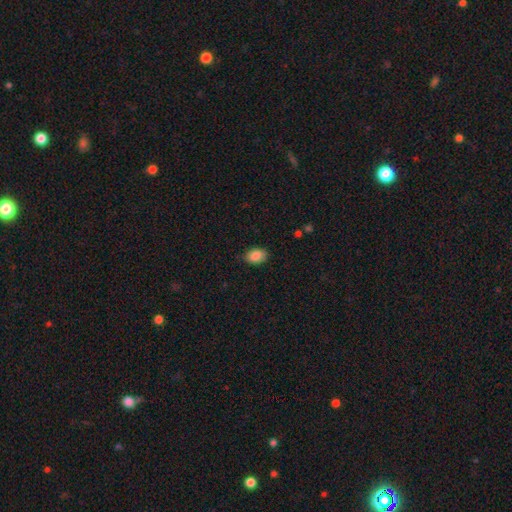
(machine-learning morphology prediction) smooth_or_featured: smooth (p=0.87) [alt: star or artifact p=0.08]
how_rounded: in between (p=0.81) [alt: round p=0.18]
merging: none (p=0.81) [alt: minor disturbance p=0.16]